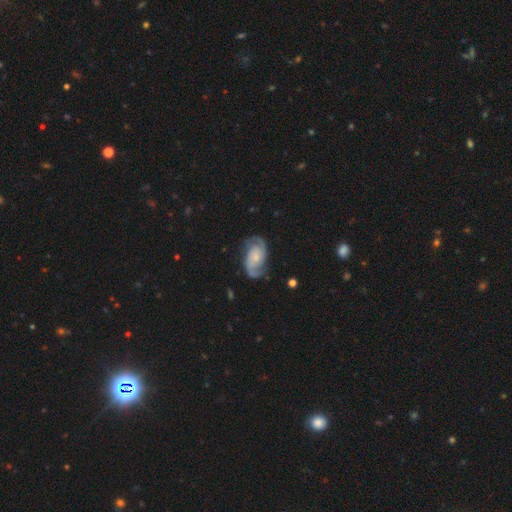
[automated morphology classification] type=featured or disk (85%); edge-on=no (97%); bar=no (66%); spiral arms=yes (97%); winding=medium (49%); arm count=2 (90%); bulge=small (58%); merging=none (74%).